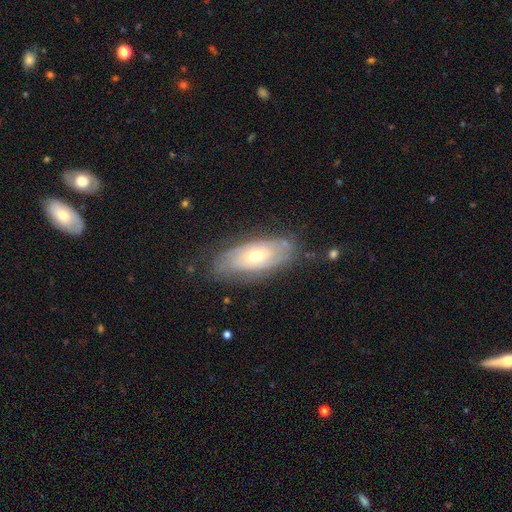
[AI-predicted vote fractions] Smooth or featured? Predicted: featured or disk (p=0.62). Edge-on disk? Predicted: no (p=0.85). Bar? Predicted: no (p=0.72). Spiral arms? Predicted: yes (p=0.72). Bulge size? Predicted: moderate (p=0.68). Merging? Predicted: none (p=0.73).